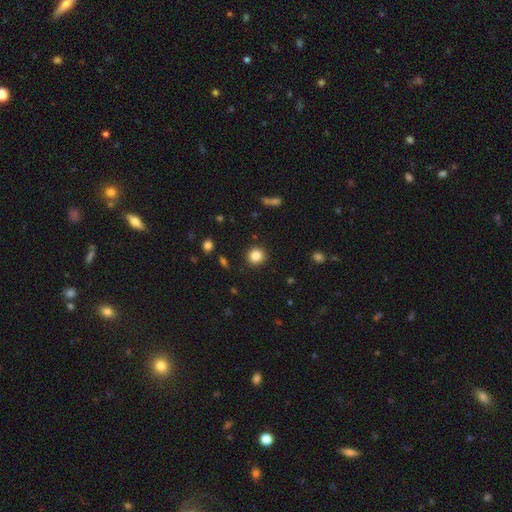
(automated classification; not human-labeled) Smooth or featured? Predicted: smooth (p=0.85). How rounded? Predicted: round (p=0.90). Merging? Predicted: none (p=0.90).